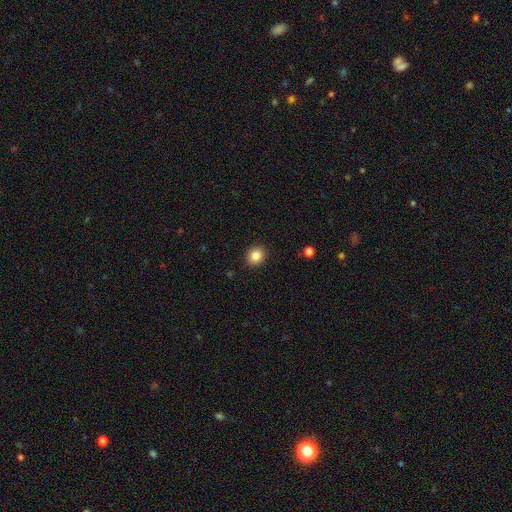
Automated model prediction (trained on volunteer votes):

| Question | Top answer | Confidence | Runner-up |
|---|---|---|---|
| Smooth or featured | smooth | 85% | star or artifact (10%) |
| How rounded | round | 82% | in between (17%) |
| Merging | none | 91% | minor disturbance (6%) |